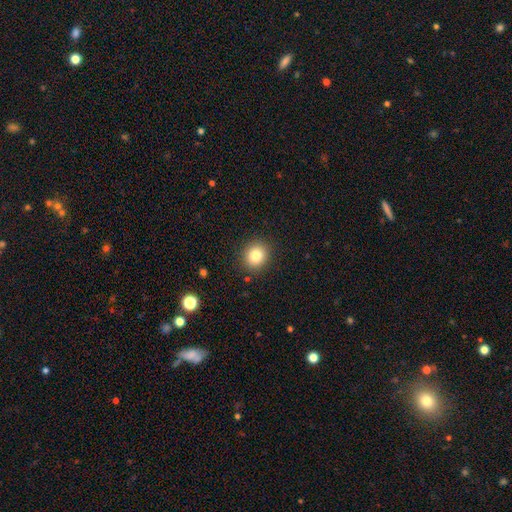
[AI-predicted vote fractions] This is clearly a smooth galaxy (81%). How rounded: likely round (79%). Merging: clearly none (89%).